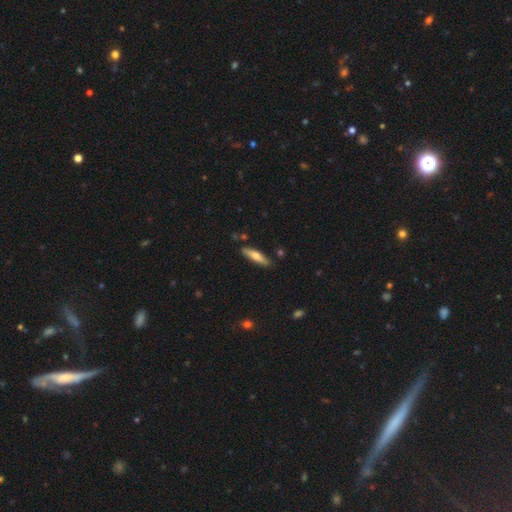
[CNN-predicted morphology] type=smooth (62%); roundness=cigar-shaped (73%); merging=none (84%).